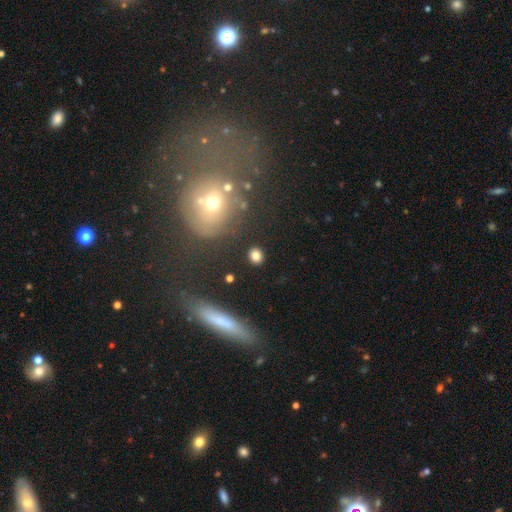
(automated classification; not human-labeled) Overall: smooth (81%). How rounded: round (70%). Merging: none (86%).